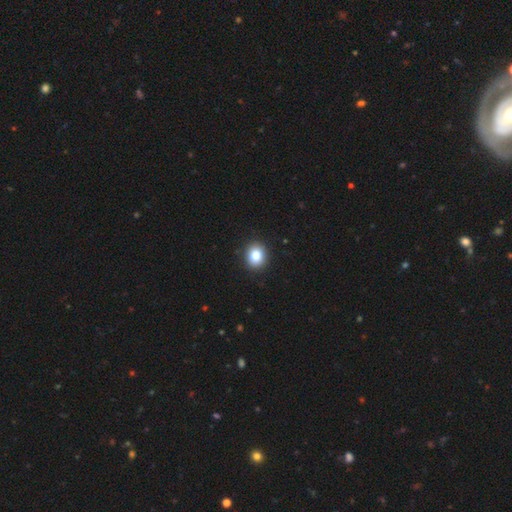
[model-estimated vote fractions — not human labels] smooth 83%, star or artifact 10%, featured or disk 7%. Down the decision tree: how rounded — round (71%); merging — none (92%).